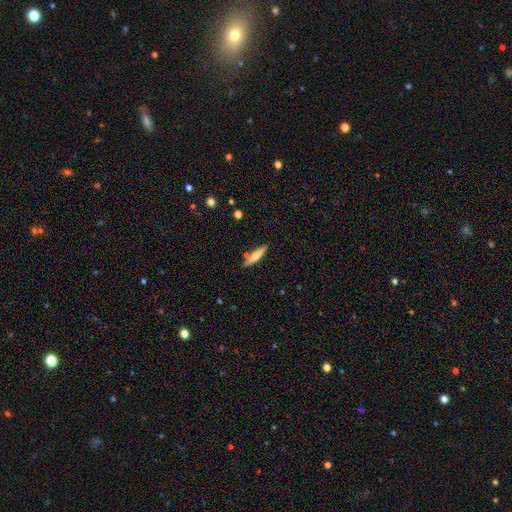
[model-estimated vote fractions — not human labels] Overall: smooth (55%; featured or disk 39%). How rounded: cigar-shaped (82%). Merging: none (80%).